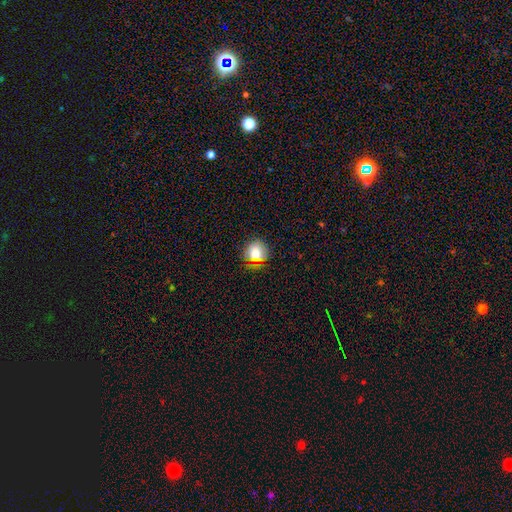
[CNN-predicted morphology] smooth 76%, star or artifact 15%, featured or disk 9%. Down the decision tree: how rounded — round (78%); merging — none (75%).